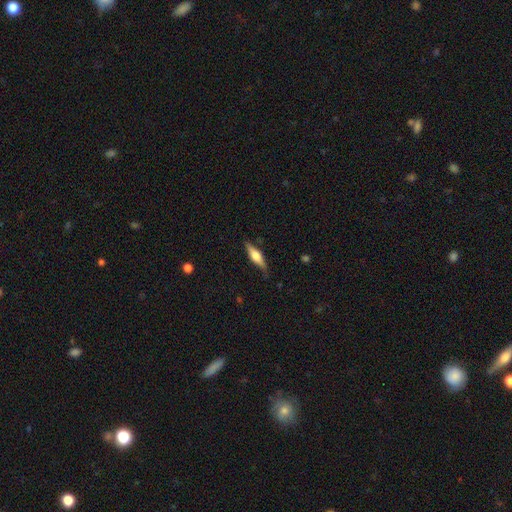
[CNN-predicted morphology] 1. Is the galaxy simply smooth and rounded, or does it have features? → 56% featured or disk, 38% smooth, 6% star or artifact.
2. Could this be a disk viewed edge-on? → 95% yes, 5% no.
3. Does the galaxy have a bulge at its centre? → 88% rounded, 9% boxy, 2% none.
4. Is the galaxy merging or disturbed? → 84% none, 12% minor disturbance, 3% major disturbance, 1% merger.